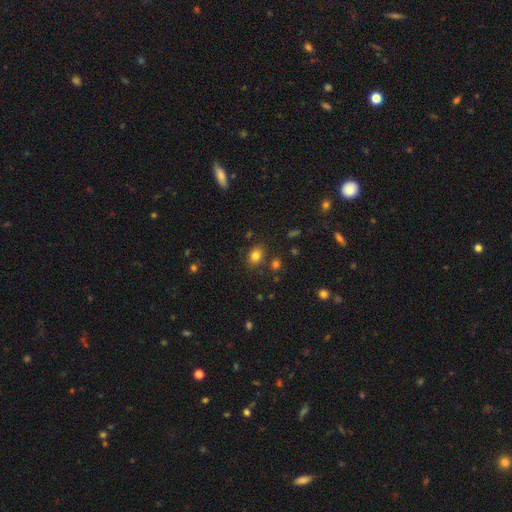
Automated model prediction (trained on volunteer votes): smooth_or_featured: smooth (p=0.80) [alt: star or artifact p=0.12]
how_rounded: in between (p=0.55) [alt: round p=0.44]
merging: none (p=0.82) [alt: minor disturbance p=0.10]